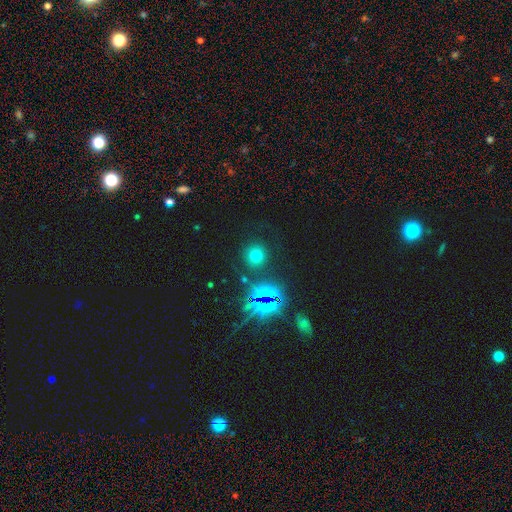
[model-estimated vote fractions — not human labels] smooth-or-featured: smooth: 62% | star or artifact: 28% | featured or disk: 10%
  how-rounded: round: 92% | in between: 7% | cigar-shaped: 1%
  merging: none: 86% | minor disturbance: 7% | major disturbance: 4% | merger: 3%